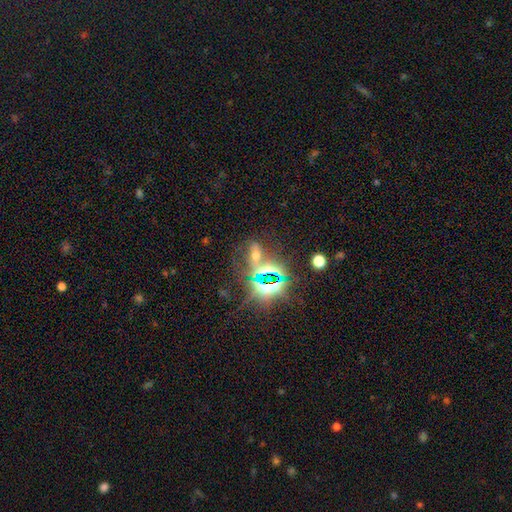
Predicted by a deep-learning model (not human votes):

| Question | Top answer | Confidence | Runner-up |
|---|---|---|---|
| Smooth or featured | star or artifact | 56% | smooth (28%) |